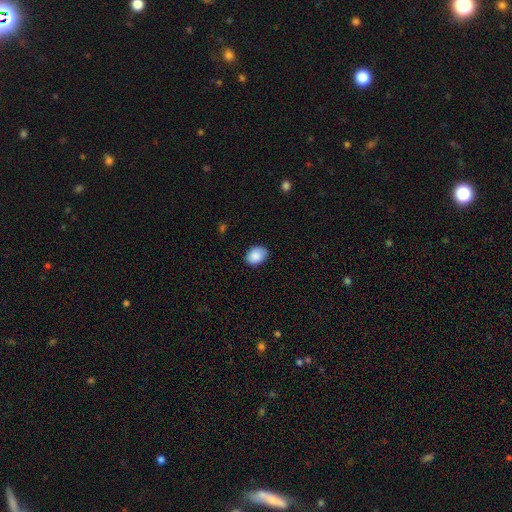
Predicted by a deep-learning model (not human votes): A smooth galaxy with no disk features (89%) that is in between round and cigar-shaped (75%). Merging: none (84%).